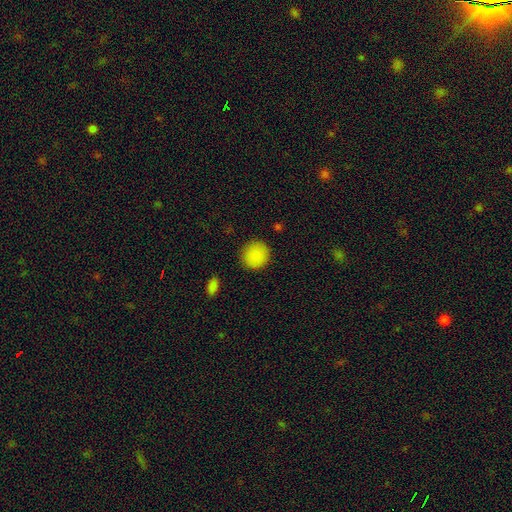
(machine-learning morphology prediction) smooth_or_featured: smooth (p=0.88) [alt: star or artifact p=0.09]
how_rounded: round (p=0.90) [alt: in between p=0.09]
merging: none (p=0.90) [alt: minor disturbance p=0.07]